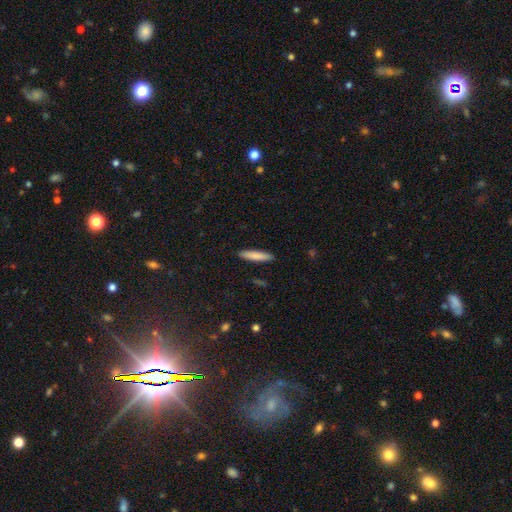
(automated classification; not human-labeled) A smooth galaxy with no disk features (83%) that is cigar-shaped (88%).

Vote fractions:
- Smooth or featured? smooth: 83% / featured or disk: 12% / star or artifact: 6%
- How rounded? cigar-shaped: 88% / in between: 11% / round: 1%
- Merging? none: 91% / minor disturbance: 7% / major disturbance: 2% / merger: 1%